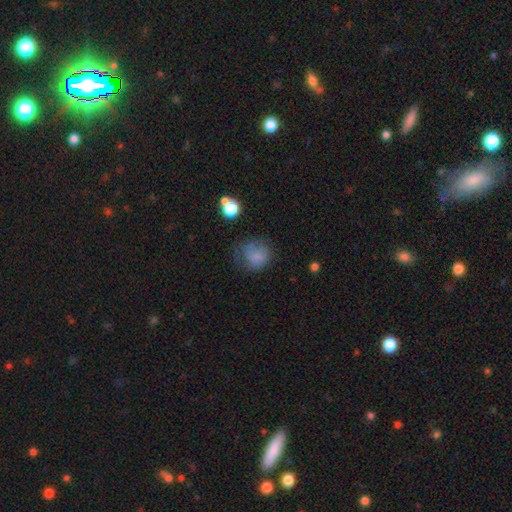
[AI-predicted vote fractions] Q: Smooth or featured?
A: smooth (71%); runner-up: featured or disk (17%)
Q: How rounded?
A: round (73%); runner-up: in between (26%)
Q: Merging?
A: none (44%); runner-up: minor disturbance (27%)